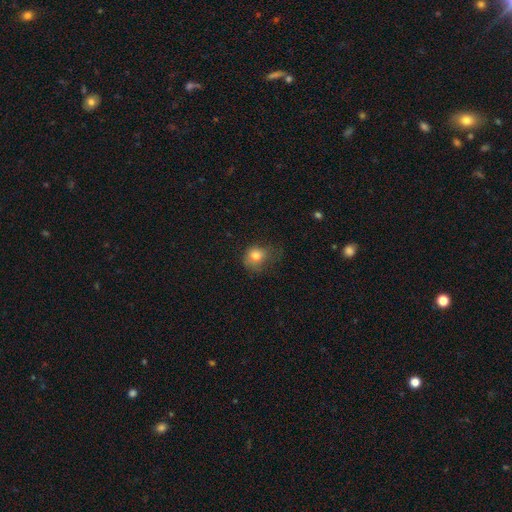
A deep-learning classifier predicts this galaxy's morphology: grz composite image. It shows a smooth galaxy with no disk features (78%) that is round (64%). Merging: none (39%).